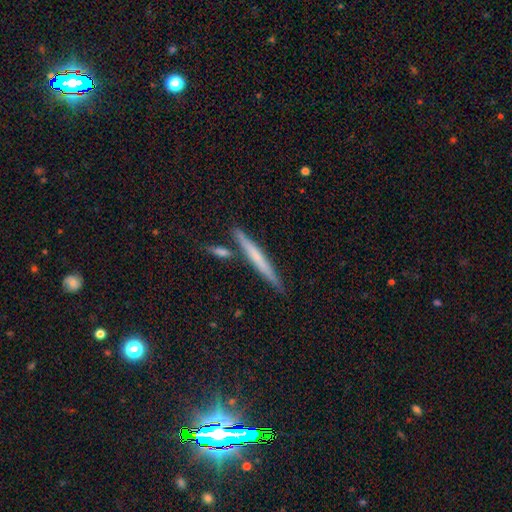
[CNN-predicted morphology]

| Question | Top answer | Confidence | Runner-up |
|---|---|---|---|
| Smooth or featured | featured or disk | 48% | smooth (46%) |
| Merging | none | 82% | minor disturbance (9%) |